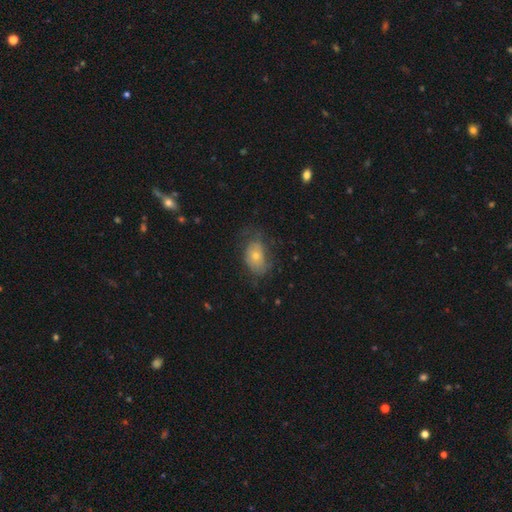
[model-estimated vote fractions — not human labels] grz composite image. It shows a smooth galaxy with no disk features (52%) that is in between round and cigar-shaped (78%). Merging: none (54%).